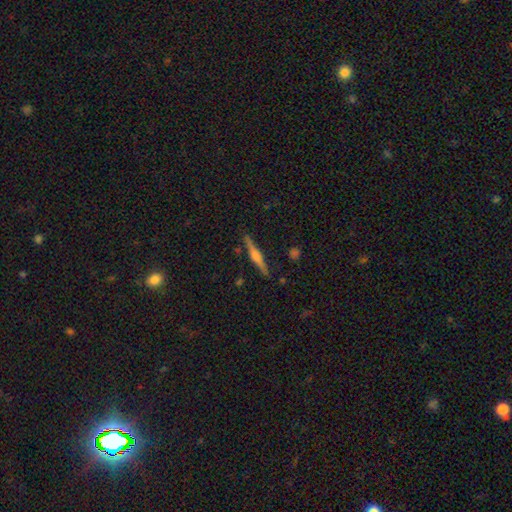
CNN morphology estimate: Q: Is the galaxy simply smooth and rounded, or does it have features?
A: featured or disk — 76%.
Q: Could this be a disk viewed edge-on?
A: yes — 98%.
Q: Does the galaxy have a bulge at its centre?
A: rounded — 86%.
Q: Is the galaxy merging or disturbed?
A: none — 90%.